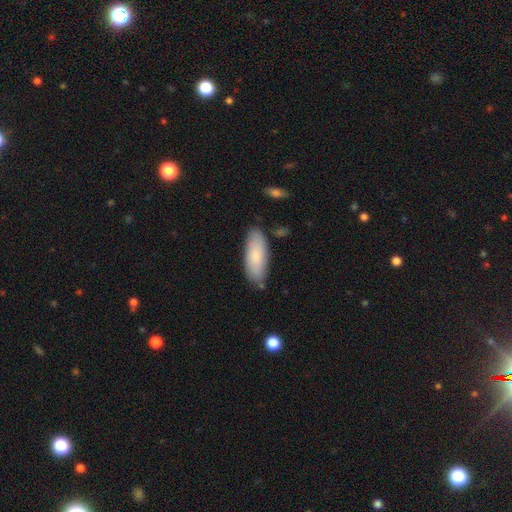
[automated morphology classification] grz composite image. It shows a smooth galaxy with no disk features (81%) that is in between round and cigar-shaped (73%). Merging: none (79%).